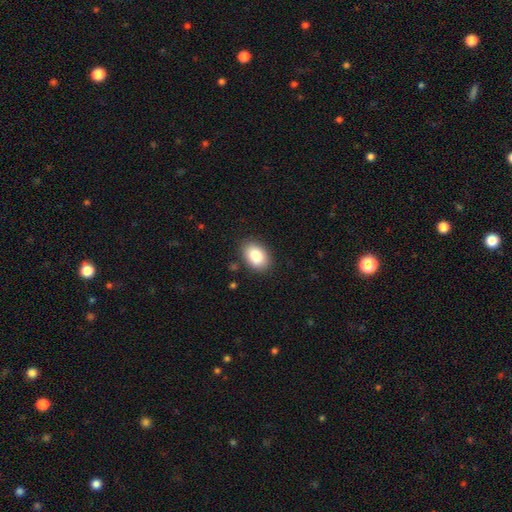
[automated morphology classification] Smooth or featured: smooth — 85% (star or artifact — 7%)
How rounded: in between — 85% (round — 13%)
Merging: none — 87% (minor disturbance — 10%)